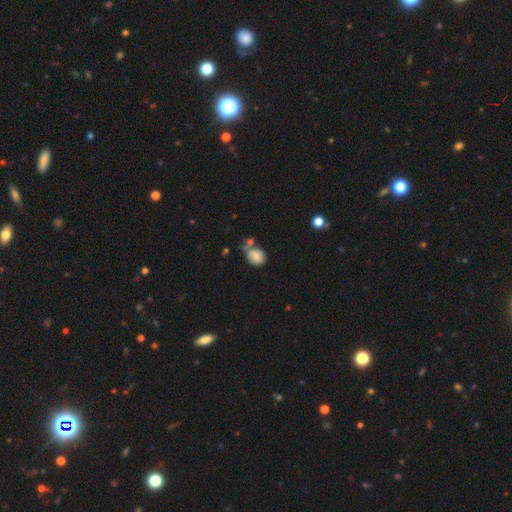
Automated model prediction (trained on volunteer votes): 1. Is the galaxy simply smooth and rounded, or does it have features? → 78% smooth, 13% featured or disk, 9% star or artifact.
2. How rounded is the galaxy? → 55% in between, 44% round, 1% cigar-shaped.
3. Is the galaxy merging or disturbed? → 42% none, 25% minor disturbance, 23% merger, 10% major disturbance.